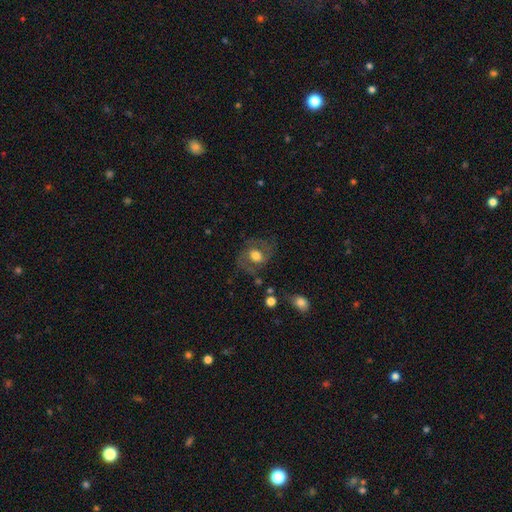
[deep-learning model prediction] Smooth or featured?
  - featured or disk: 56% *
  - smooth: 36%
  - star or artifact: 8%
Edge-on disk?
  - no: 96% *
  - yes: 4%
Bar?
  - no: 61% *
  - weak: 31%
  - strong: 8%
Spiral arms?
  - yes: 73% *
  - no: 27%
Bulge size?
  - moderate: 53% *
  - large: 35%
  - small: 7%
  - dominant: 3%
  - none: 2%
Merging?
  - none: 64% *
  - minor disturbance: 19%
  - major disturbance: 15%
  - merger: 2%